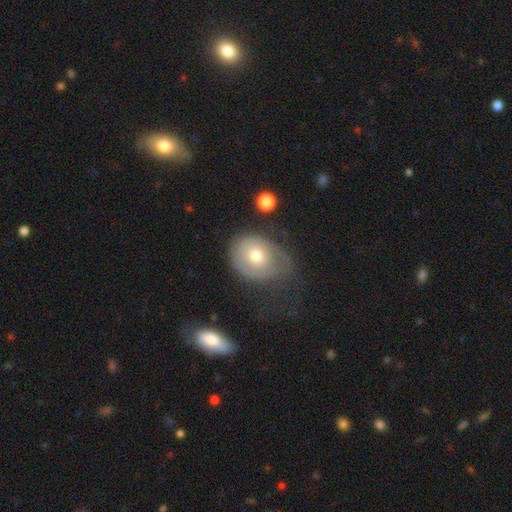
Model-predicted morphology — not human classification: smooth_or_featured: featured or disk (p=0.53) [alt: smooth p=0.40]
disk_edge_on: no (p=0.95) [alt: yes p=0.05]
bar: no (p=0.83) [alt: weak p=0.15]
has_spiral_arms: yes (p=0.66) [alt: no p=0.34]
bulge_size: moderate (p=0.66) [alt: small p=0.26]
merging: none (p=0.44) [alt: minor disturbance p=0.29]